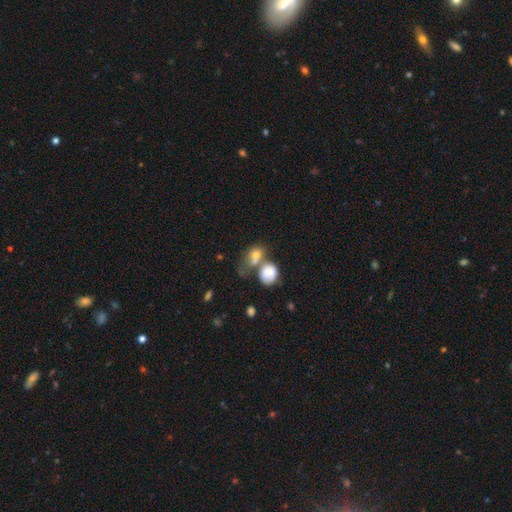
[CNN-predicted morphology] Smooth or featured?
  - smooth: 75% *
  - featured or disk: 15%
  - star or artifact: 10%
How rounded?
  - round: 55% *
  - in between: 43%
  - cigar-shaped: 2%
Merging?
  - merger: 58% *
  - none: 25%
  - minor disturbance: 9%
  - major disturbance: 8%